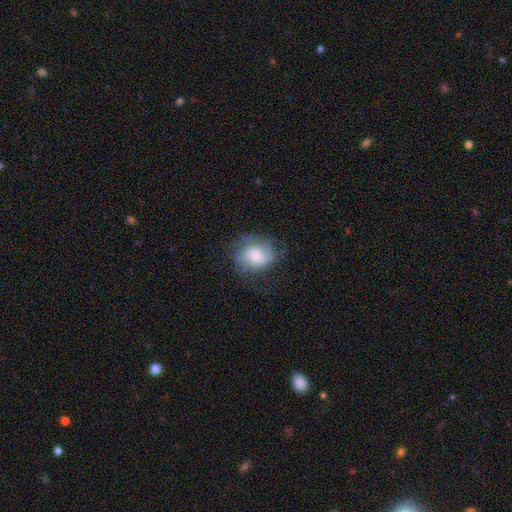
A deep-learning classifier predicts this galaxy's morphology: Overall: featured or disk (49%; smooth 43%). Merging: none (57%; minor disturbance 25%).